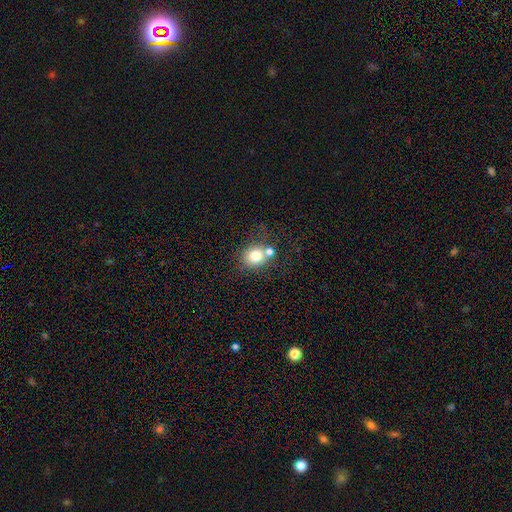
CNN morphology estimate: This is likely a smooth galaxy (76%). How rounded: likely round (70%). Merging: possibly none (55%).